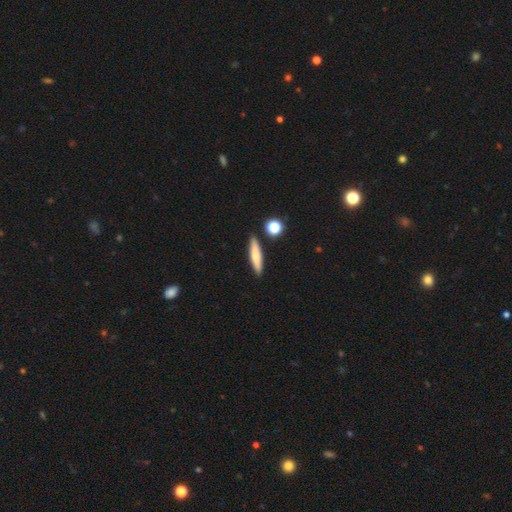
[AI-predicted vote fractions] This appears to be a smooth galaxy with no disk features (71%) that is cigar-shaped (82%). Merging: none (87%).